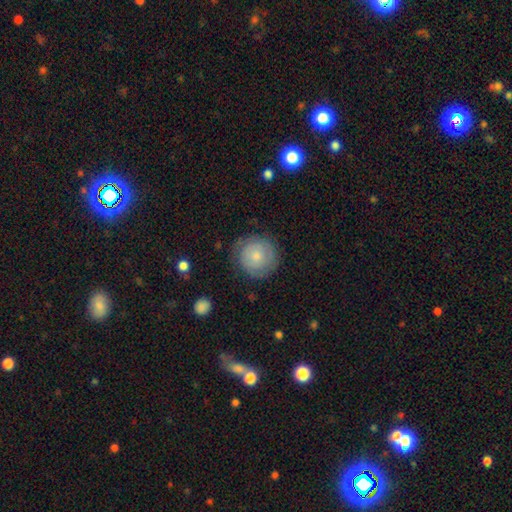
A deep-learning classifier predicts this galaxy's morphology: A smooth galaxy with no disk features (61%) that is round (93%).

Vote fractions:
- Smooth or featured? smooth: 61% / featured or disk: 31% / star or artifact: 7%
- How rounded? round: 93% / in between: 6% / cigar-shaped: 1%
- Merging? none: 77% / minor disturbance: 16% / major disturbance: 5% / merger: 1%